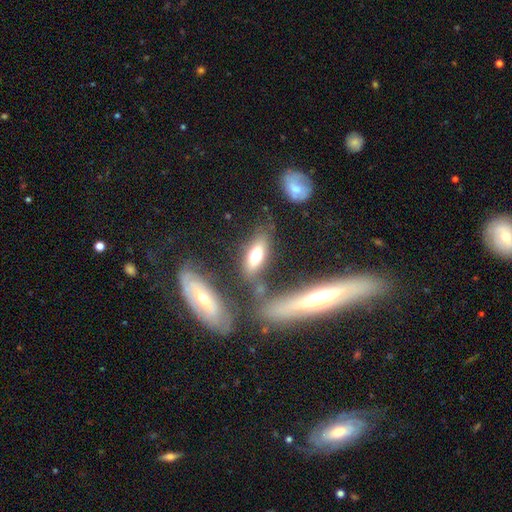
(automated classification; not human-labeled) Smooth or featured: smooth — 65% (featured or disk — 27%)
How rounded: in between — 71% (cigar-shaped — 26%)
Merging: none — 66% (minor disturbance — 15%)